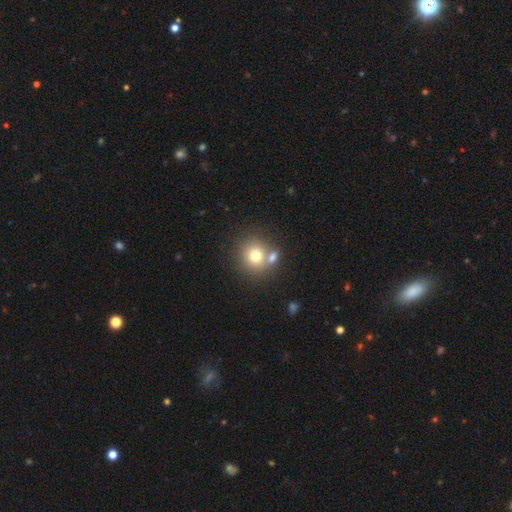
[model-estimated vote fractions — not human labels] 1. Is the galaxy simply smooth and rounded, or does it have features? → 74% smooth, 14% featured or disk, 12% star or artifact.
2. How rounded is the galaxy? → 87% round, 13% in between, 1% cigar-shaped.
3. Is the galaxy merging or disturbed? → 60% none, 28% merger, 9% minor disturbance, 3% major disturbance.